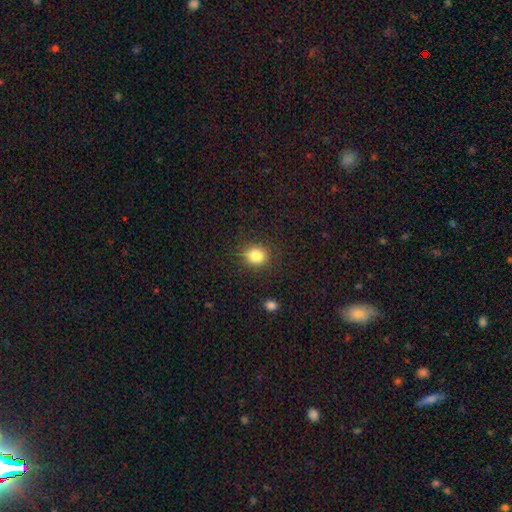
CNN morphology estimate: This is clearly a smooth galaxy (83%). How rounded: likely round (75%). Merging: clearly none (88%).